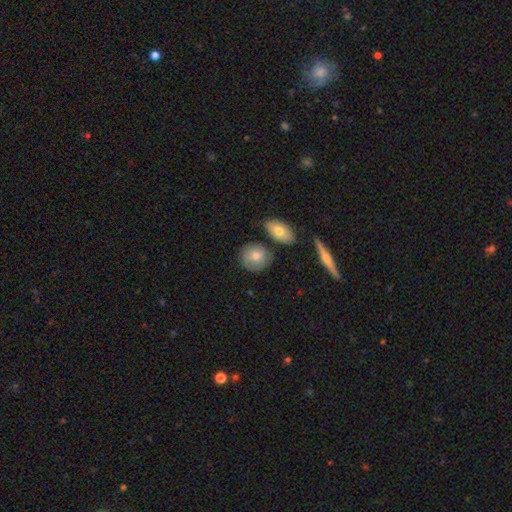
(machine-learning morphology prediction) Q: Smooth or featured?
A: smooth (67%); runner-up: featured or disk (26%)
Q: How rounded?
A: round (70%); runner-up: in between (28%)
Q: Merging?
A: none (74%); runner-up: minor disturbance (14%)